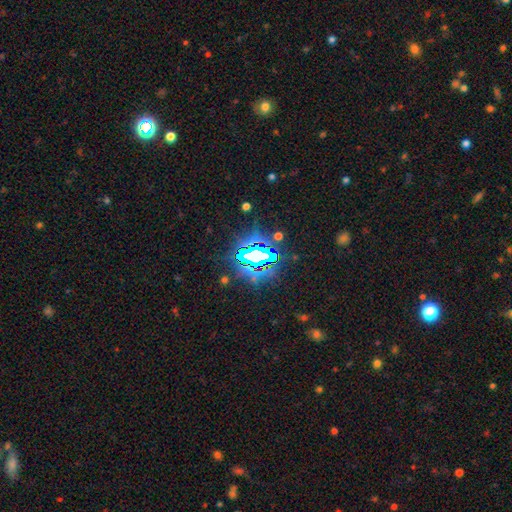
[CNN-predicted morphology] Smooth or featured? Predicted: star or artifact (p=0.74).